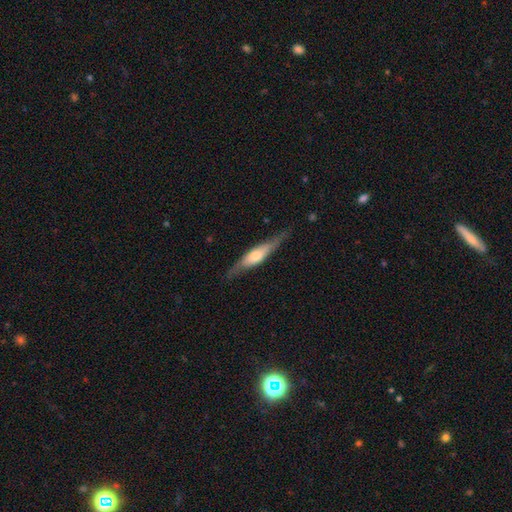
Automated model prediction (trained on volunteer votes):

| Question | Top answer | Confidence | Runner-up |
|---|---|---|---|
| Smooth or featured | featured or disk | 58% | smooth (37%) |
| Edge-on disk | yes | 89% | no (11%) |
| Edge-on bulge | rounded | 78% | boxy (15%) |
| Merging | none | 80% | minor disturbance (15%) |